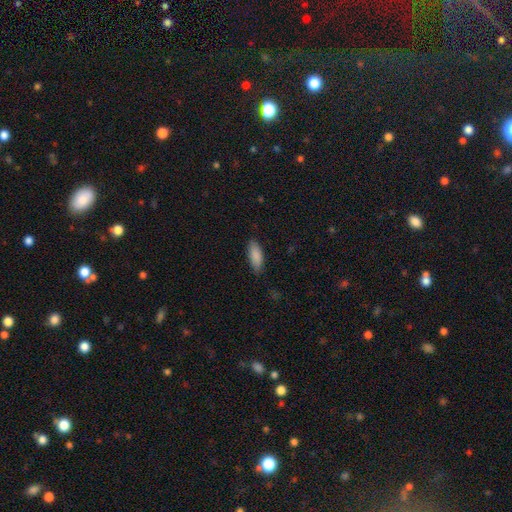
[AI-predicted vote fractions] Smooth or featured? smooth (88%)
How rounded? in between (73%)
Merging? none (83%)